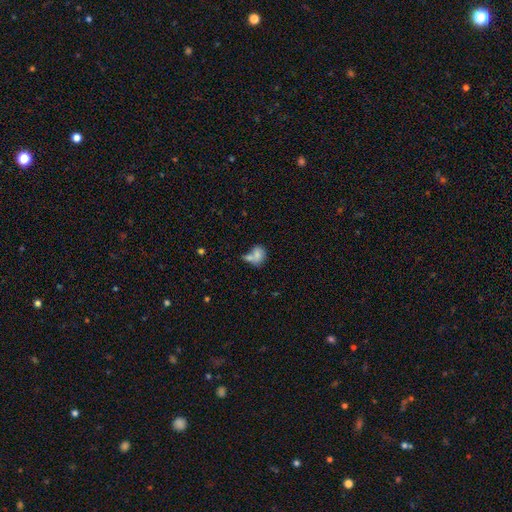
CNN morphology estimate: smooth-or-featured: smooth: 74% | featured or disk: 17% | star or artifact: 9%
  how-rounded: in between: 60% | round: 38% | cigar-shaped: 2%
  merging: merger: 53% | none: 27% | minor disturbance: 12% | major disturbance: 7%